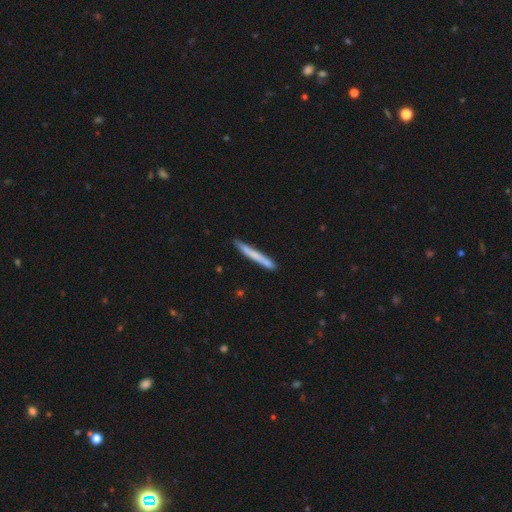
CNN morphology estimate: smooth-or-featured: smooth: 69% | featured or disk: 26% | star or artifact: 5%
  how-rounded: cigar-shaped: 97% | in between: 2% | round: 1%
  merging: none: 88% | minor disturbance: 9% | merger: 2% | major disturbance: 1%